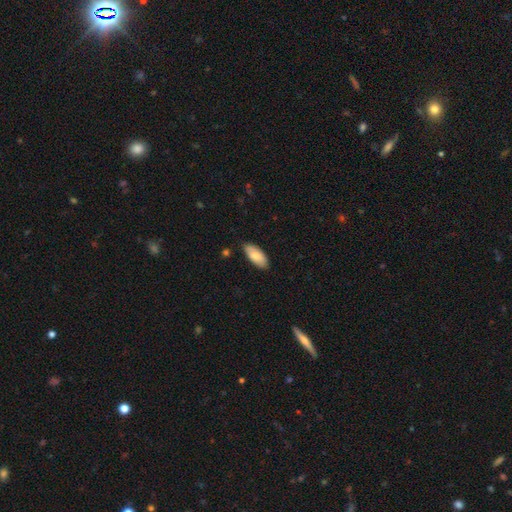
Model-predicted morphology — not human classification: Q: Smooth or featured?
A: smooth (81%); runner-up: featured or disk (14%)
Q: How rounded?
A: in between (89%); runner-up: cigar-shaped (9%)
Q: Merging?
A: none (84%); runner-up: minor disturbance (13%)